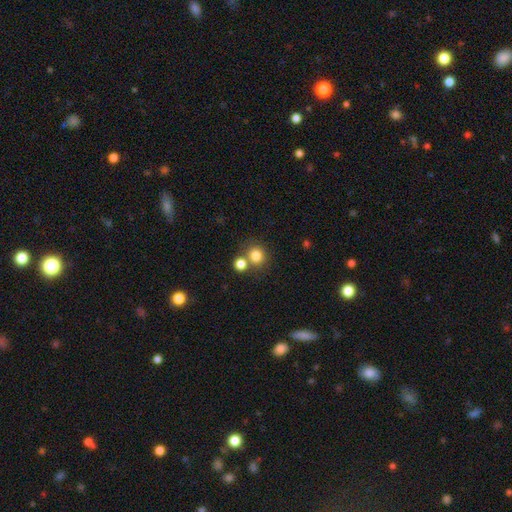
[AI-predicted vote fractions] Morphology: type=smooth (81%); roundness=round (88%); merging=none (64%).